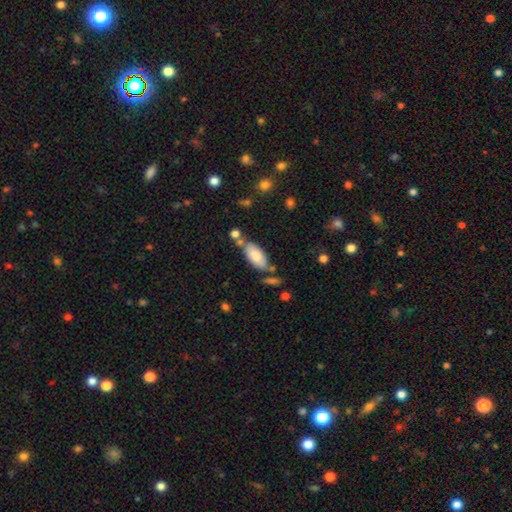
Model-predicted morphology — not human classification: A smooth galaxy with no disk features (79%) that is in between round and cigar-shaped (88%). Merging: none (64%).